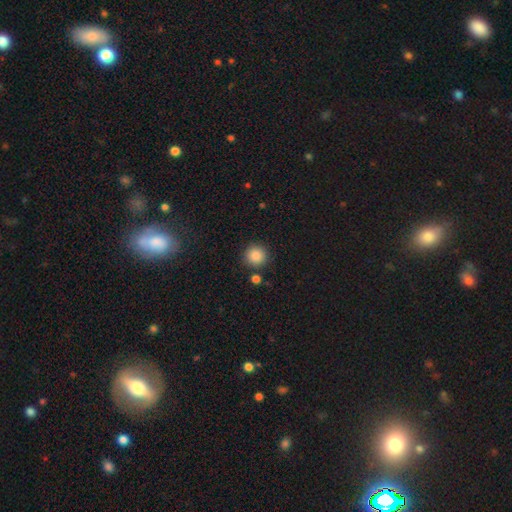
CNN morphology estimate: Smooth or featured? Predicted: smooth (p=0.87). How rounded? Predicted: round (p=0.94). Merging? Predicted: none (p=0.85).